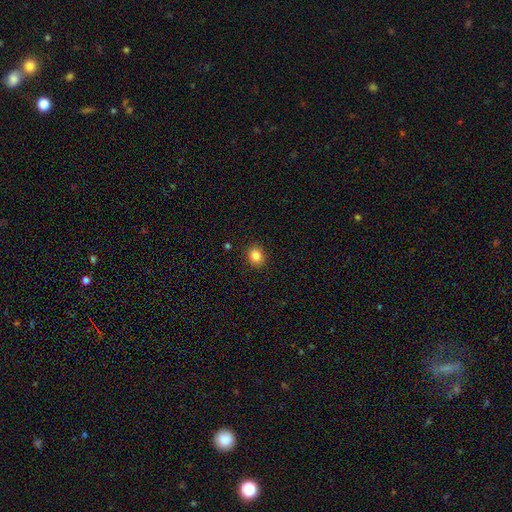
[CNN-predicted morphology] Smooth or featured? smooth (84%)
How rounded? round (70%)
Merging? none (91%)